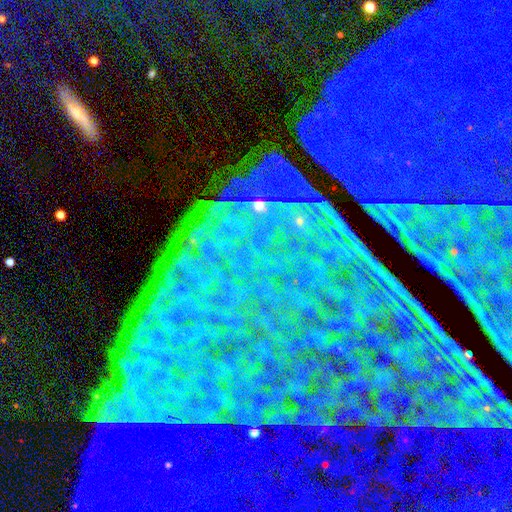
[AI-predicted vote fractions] A star or artifact, not a galaxy (87%).